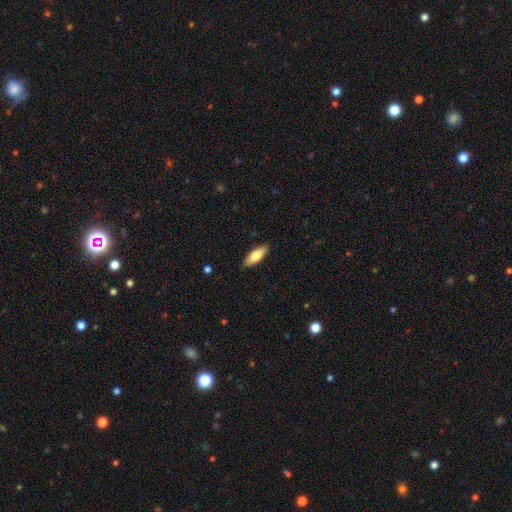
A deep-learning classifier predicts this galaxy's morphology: Smooth or featured: smooth — 78% (featured or disk — 16%)
How rounded: in between — 73% (cigar-shaped — 25%)
Merging: none — 88% (minor disturbance — 9%)